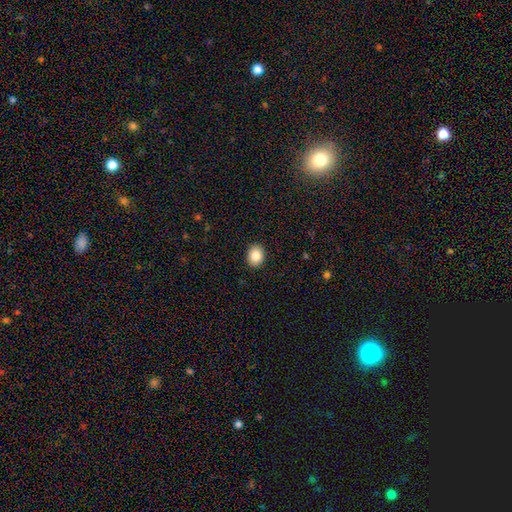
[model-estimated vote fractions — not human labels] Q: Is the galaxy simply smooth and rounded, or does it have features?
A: smooth — 85%.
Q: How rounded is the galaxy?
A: in between — 60%.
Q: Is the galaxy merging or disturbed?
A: none — 91%.